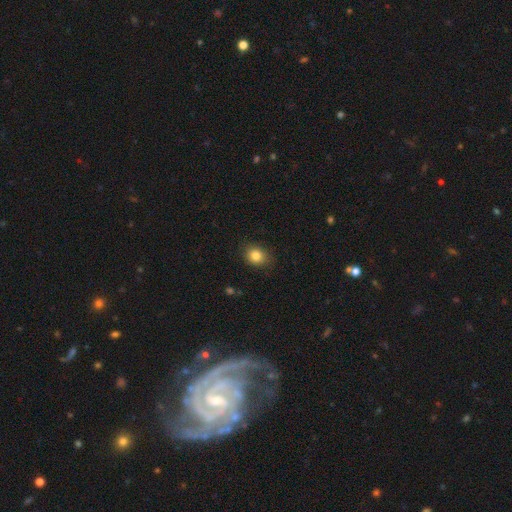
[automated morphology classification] A smooth galaxy with no disk features (83%) that is round (60%). Merging: none (85%).